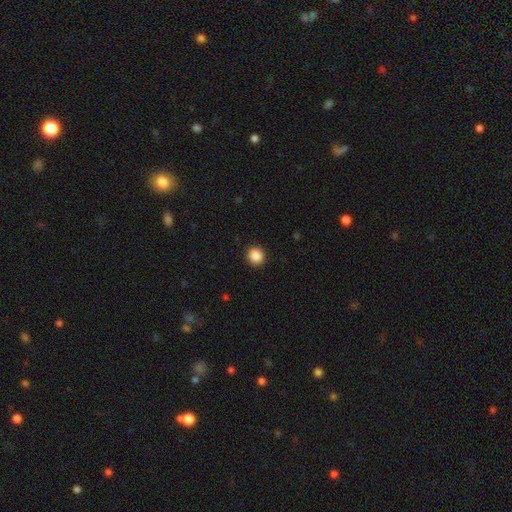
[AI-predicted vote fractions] Smooth or featured?
  - smooth: 87% *
  - star or artifact: 10%
  - featured or disk: 3%
How rounded?
  - round: 91% *
  - in between: 8%
  - cigar-shaped: 1%
Merging?
  - none: 93% *
  - minor disturbance: 5%
  - major disturbance: 2%
  - merger: 1%